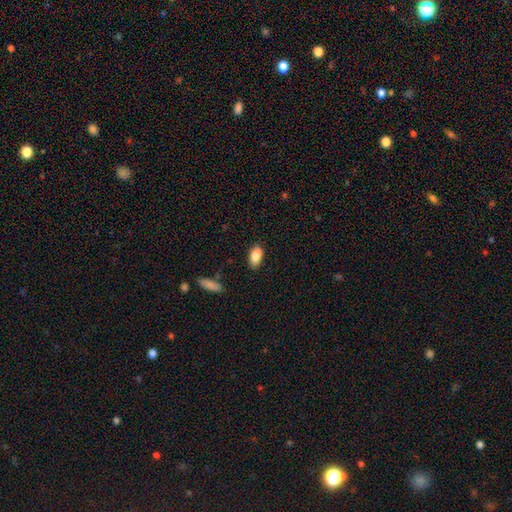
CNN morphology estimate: type=smooth (87%); roundness=in between (91%); merging=none (81%).